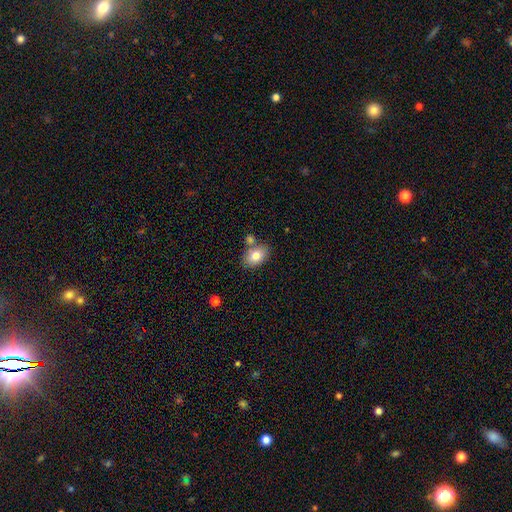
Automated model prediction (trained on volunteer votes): Morphology: type=smooth (79%); roundness=in between (84%); merging=none (66%).